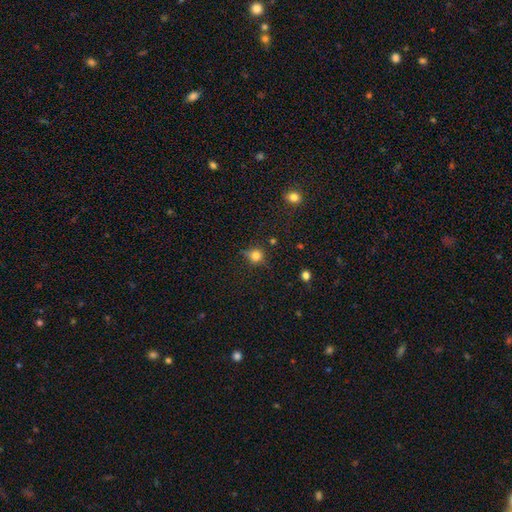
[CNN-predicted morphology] Smooth or featured? smooth (76%)
How rounded? round (87%)
Merging? none (71%)